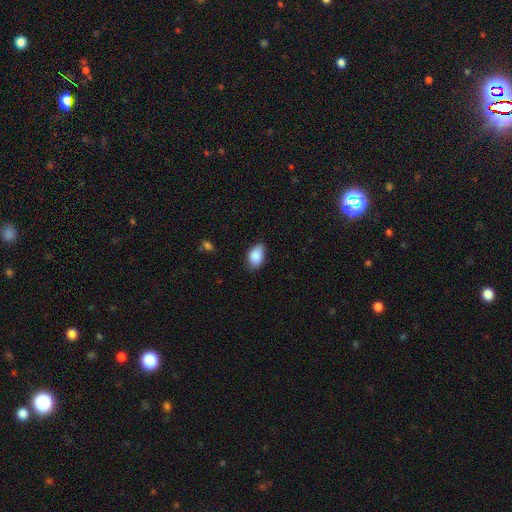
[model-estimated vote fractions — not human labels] Q: Smooth or featured?
A: smooth (88%); runner-up: star or artifact (7%)
Q: How rounded?
A: in between (89%); runner-up: round (10%)
Q: Merging?
A: none (75%); runner-up: minor disturbance (21%)